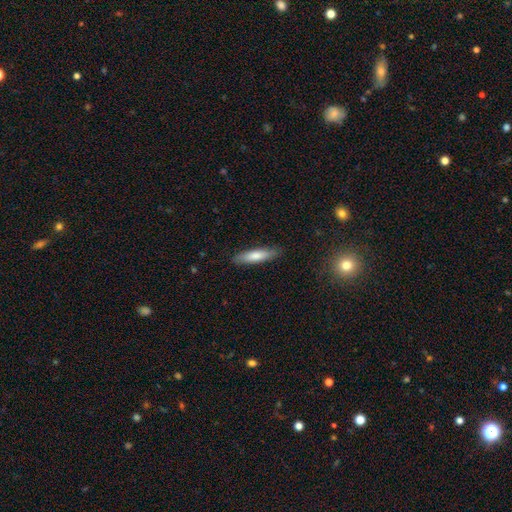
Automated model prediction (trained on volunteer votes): Morphology: type=smooth (76%); roundness=cigar-shaped (74%); merging=none (87%).